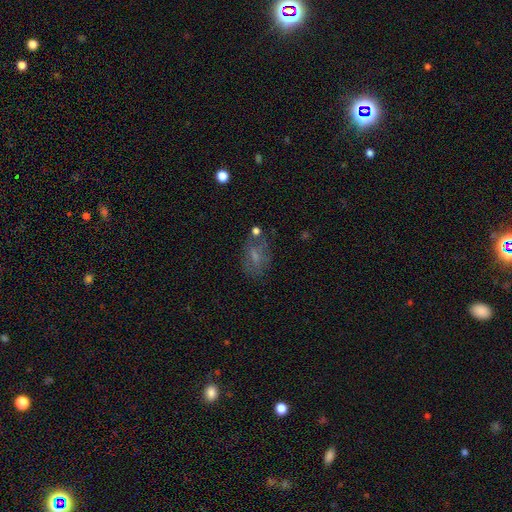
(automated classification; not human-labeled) Overall: smooth (50%; featured or disk 34%). How rounded: in between (79%). Merging: none (58%; minor disturbance 20%).